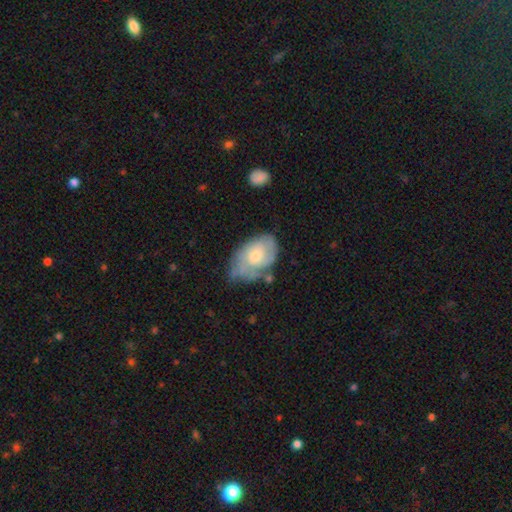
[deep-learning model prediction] Smooth or featured?
  - featured or disk: 58% *
  - smooth: 36%
  - star or artifact: 6%
Edge-on disk?
  - no: 96% *
  - yes: 4%
Bar?
  - no: 72% *
  - weak: 25%
  - strong: 3%
Spiral arms?
  - yes: 76% *
  - no: 24%
Bulge size?
  - moderate: 54% *
  - small: 37%
  - large: 5%
  - none: 3%
  - dominant: 1%
Merging?
  - none: 51% *
  - minor disturbance: 33%
  - major disturbance: 11%
  - merger: 5%